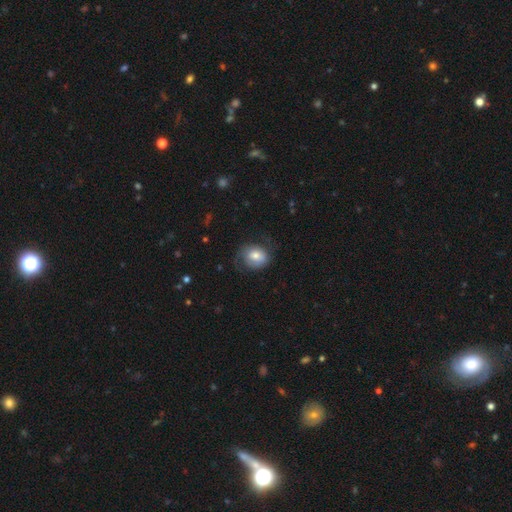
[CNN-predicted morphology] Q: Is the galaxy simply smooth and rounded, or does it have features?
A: smooth — 68%.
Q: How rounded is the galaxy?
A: round — 54%.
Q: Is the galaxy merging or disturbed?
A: none — 56%.